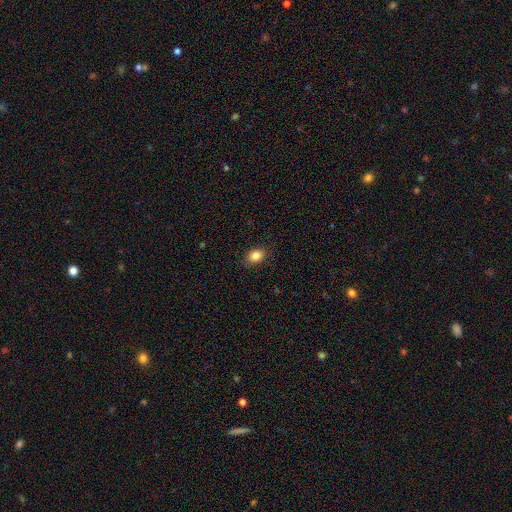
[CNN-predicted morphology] Smooth or featured? smooth (85%)
How rounded? in between (77%)
Merging? none (87%)